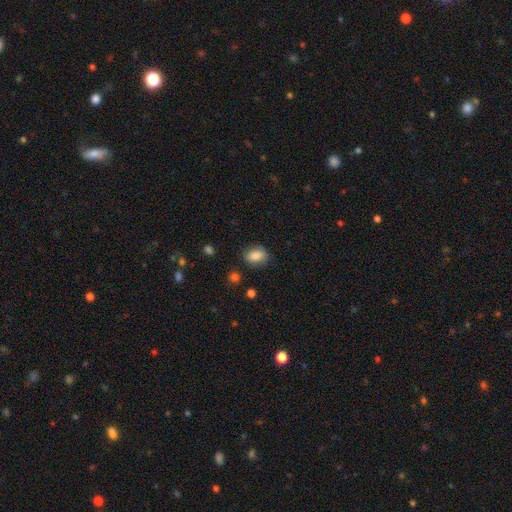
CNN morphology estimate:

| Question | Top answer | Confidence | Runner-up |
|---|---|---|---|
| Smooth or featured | smooth | 83% | star or artifact (8%) |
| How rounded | in between | 74% | round (24%) |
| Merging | none | 79% | minor disturbance (16%) |